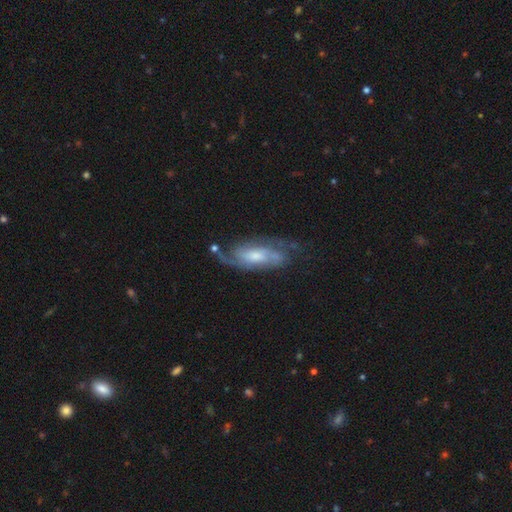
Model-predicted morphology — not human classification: Smooth or featured? Predicted: featured or disk (p=0.81). Edge-on disk? Predicted: no (p=0.90). Bar? Predicted: no (p=0.55). Spiral arms? Predicted: yes (p=0.93). Spiral winding? Predicted: medium (p=0.44). Spiral arm count? Predicted: 2 (p=0.59). Bulge size? Predicted: moderate (p=0.50). Merging? Predicted: none (p=0.61).